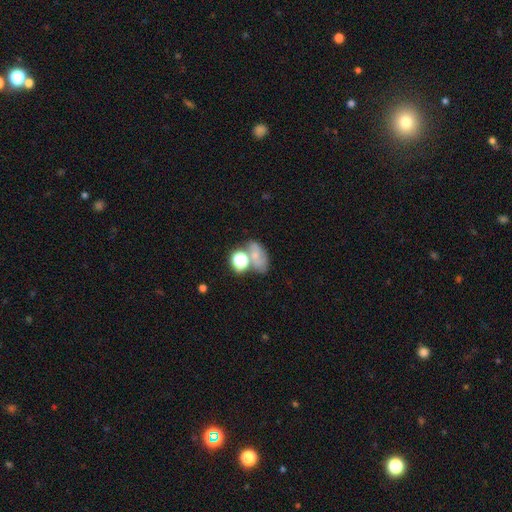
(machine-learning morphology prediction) This appears to be a smooth galaxy with no disk features (55%) that is in between round and cigar-shaped (71%). Merging: none (40%).